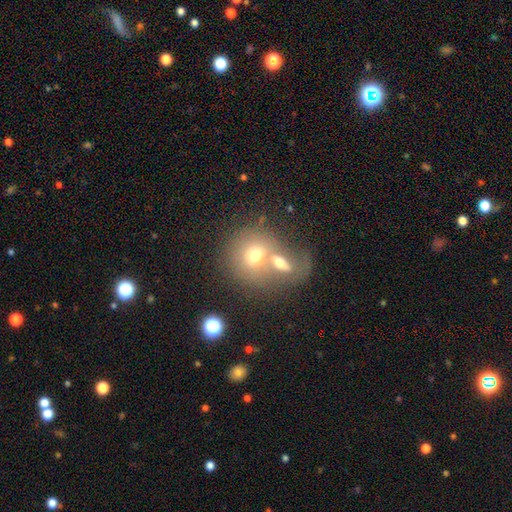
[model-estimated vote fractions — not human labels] Smooth or featured: smooth — 62% (featured or disk — 26%)
How rounded: round — 77% (in between — 22%)
Merging: merger — 64% (none — 25%)